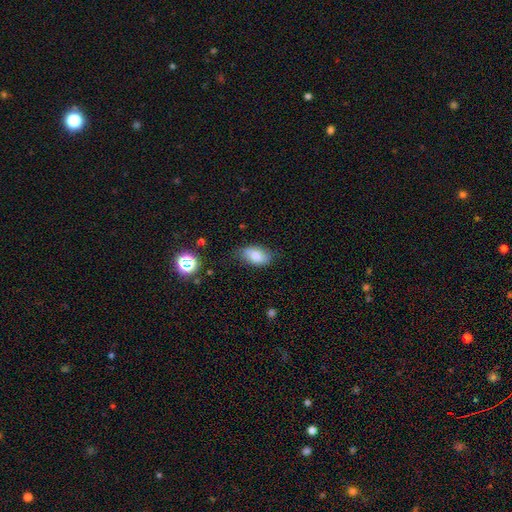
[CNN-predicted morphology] Smooth or featured?
  - smooth: 78% *
  - featured or disk: 13%
  - star or artifact: 8%
How rounded?
  - in between: 91% *
  - round: 7%
  - cigar-shaped: 2%
Merging?
  - none: 70% *
  - minor disturbance: 24%
  - major disturbance: 5%
  - merger: 2%